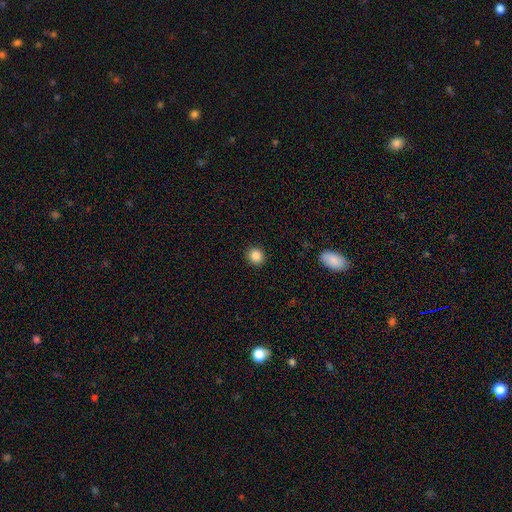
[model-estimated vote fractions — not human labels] The model was most divided on "how rounded": round: 86%, in between: 13%, cigar-shaped: 1%. More confident: merging — none (92%); smooth or featured — smooth (85%).